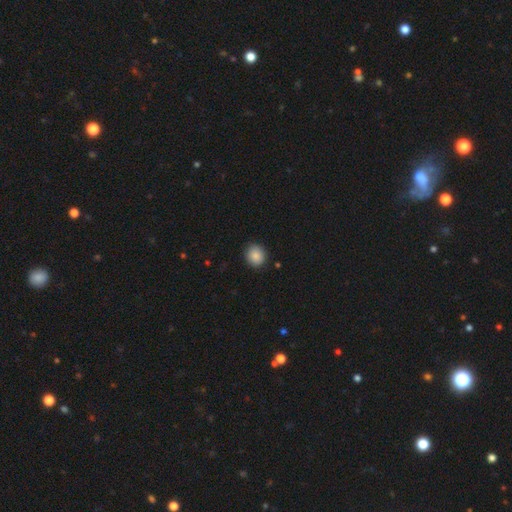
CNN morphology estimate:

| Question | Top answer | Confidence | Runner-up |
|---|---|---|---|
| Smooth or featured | smooth | 88% | star or artifact (8%) |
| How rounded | round | 81% | in between (18%) |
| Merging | none | 89% | minor disturbance (8%) |